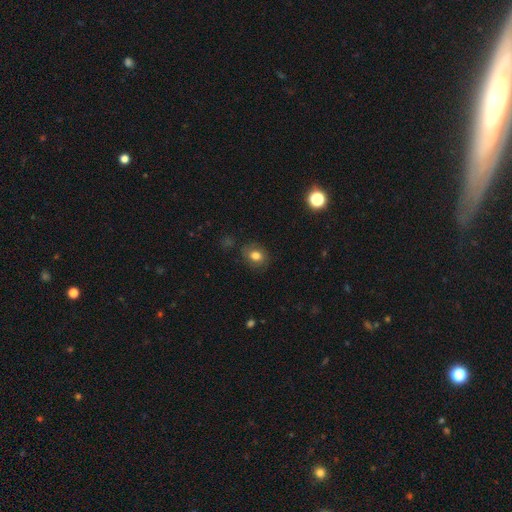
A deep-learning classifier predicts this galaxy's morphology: Smooth or featured? Predicted: smooth (p=0.76). How rounded? Predicted: round (p=0.54). Merging? Predicted: none (p=0.80).